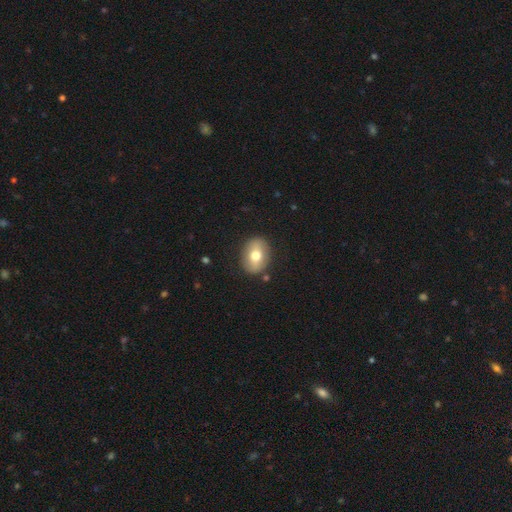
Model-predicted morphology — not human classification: type=smooth (65%); roundness=in between (68%); merging=none (86%).